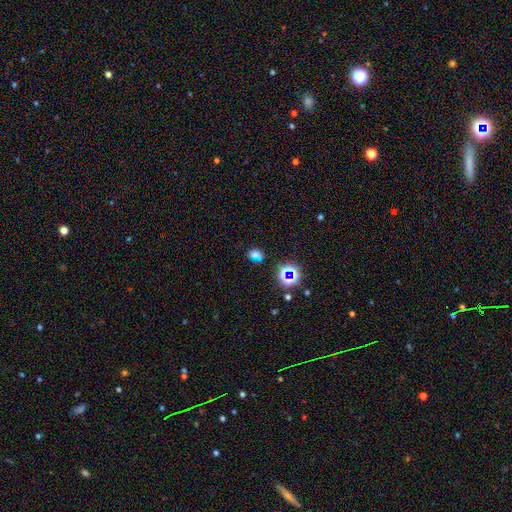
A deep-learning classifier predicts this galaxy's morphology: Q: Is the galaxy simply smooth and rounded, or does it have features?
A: smooth — 63%.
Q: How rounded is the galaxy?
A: in between — 65%.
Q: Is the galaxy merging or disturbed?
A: none — 71%.